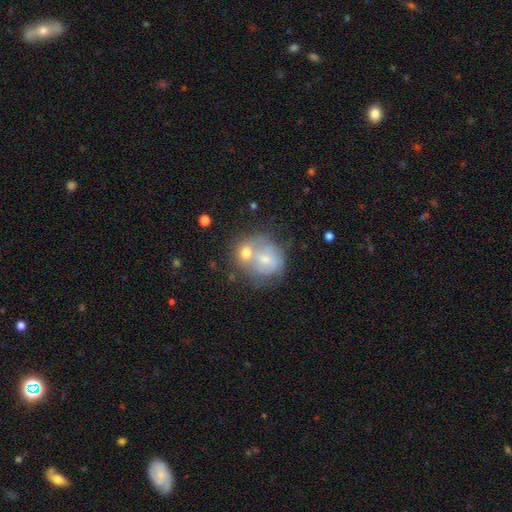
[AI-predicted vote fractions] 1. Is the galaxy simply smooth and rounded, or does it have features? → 50% featured or disk, 38% smooth, 12% star or artifact.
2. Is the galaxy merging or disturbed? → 48% merger, 35% none, 11% minor disturbance, 6% major disturbance.